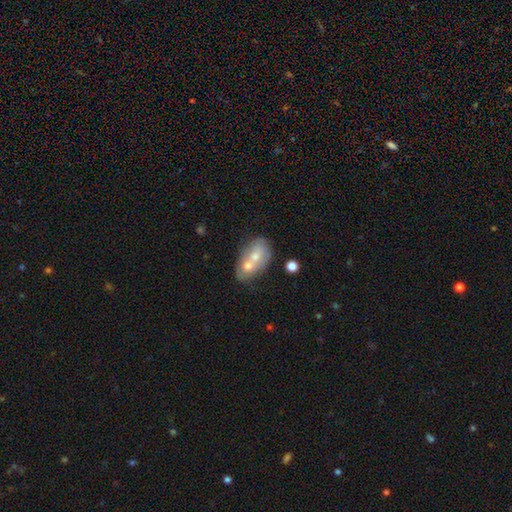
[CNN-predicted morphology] Smooth or featured? Predicted: smooth (p=0.61). How rounded? Predicted: in between (p=0.77). Merging? Predicted: merger (p=0.69).